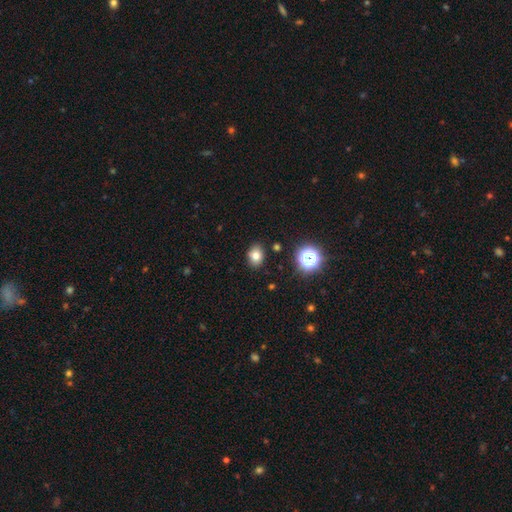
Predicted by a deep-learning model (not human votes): Overall: smooth (78%). How rounded: in between (57%; round 42%). Merging: none (87%).